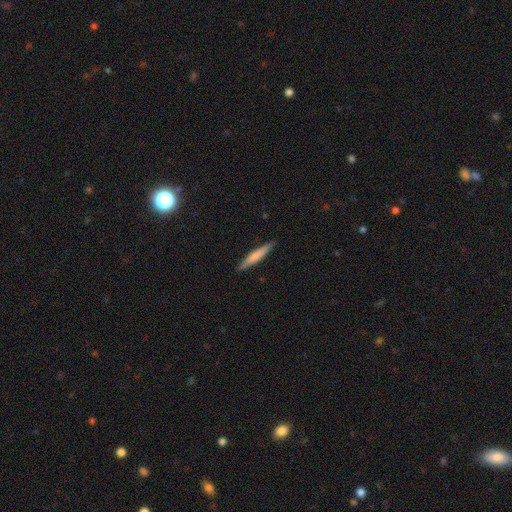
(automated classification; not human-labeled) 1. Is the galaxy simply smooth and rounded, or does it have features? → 64% smooth, 31% featured or disk, 5% star or artifact.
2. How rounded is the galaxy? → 94% cigar-shaped, 5% in between, 1% round.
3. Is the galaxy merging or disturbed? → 90% none, 7% minor disturbance, 1% major disturbance, 1% merger.